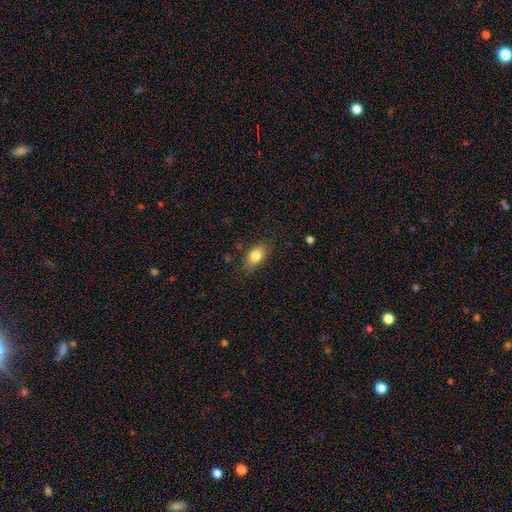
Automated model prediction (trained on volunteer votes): A smooth galaxy with no disk features (82%) that is in between round and cigar-shaped (85%). Merging: none (78%).